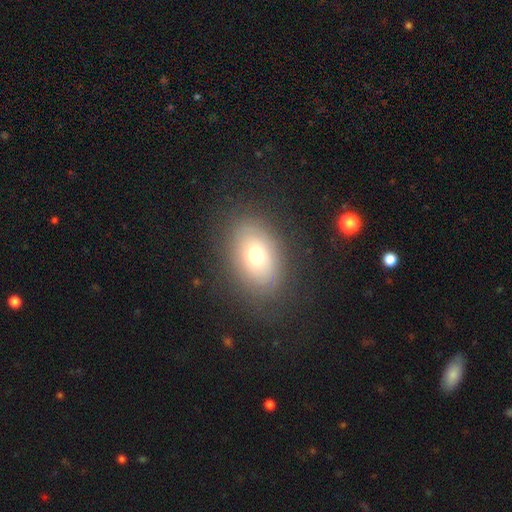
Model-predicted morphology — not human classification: Q: Smooth or featured?
A: smooth (66%); runner-up: featured or disk (23%)
Q: How rounded?
A: in between (81%); runner-up: round (18%)
Q: Merging?
A: none (81%); runner-up: minor disturbance (12%)